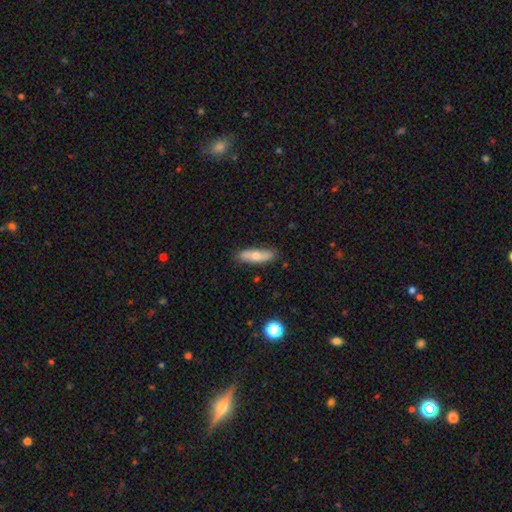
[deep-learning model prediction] Overall: smooth (56%; featured or disk 37%). How rounded: cigar-shaped (58%; in between 39%). Merging: none (84%).